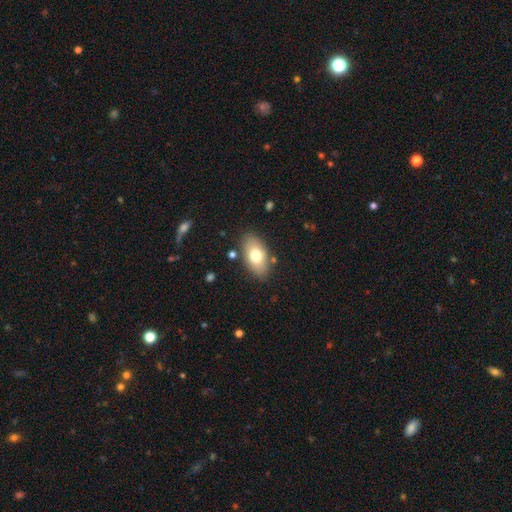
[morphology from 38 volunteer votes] smooth-or-featured: smooth: 66% | featured or disk: 26% | star or artifact: 8%
  how-rounded: in between: 92% | cigar-shaped: 8% | round: 0%
  merging: none: 83% | minor disturbance: 11% | major disturbance: 6% | merger: 0%